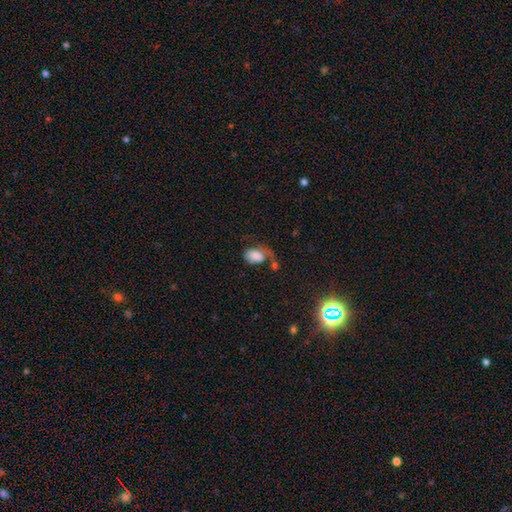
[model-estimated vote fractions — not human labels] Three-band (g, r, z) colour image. It shows a smooth galaxy with no disk features (75%) that is in between round and cigar-shaped (86%). Merging: major disturbance (31%).